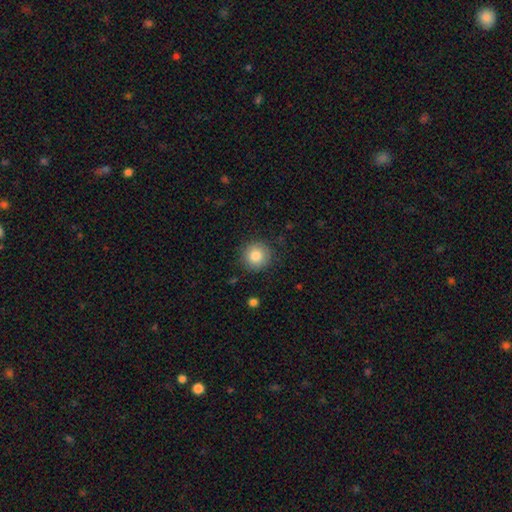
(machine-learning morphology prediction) smooth-or-featured: smooth: 83% | star or artifact: 9% | featured or disk: 8%
  how-rounded: round: 93% | in between: 6% | cigar-shaped: 1%
  merging: none: 87% | minor disturbance: 9% | major disturbance: 3% | merger: 1%